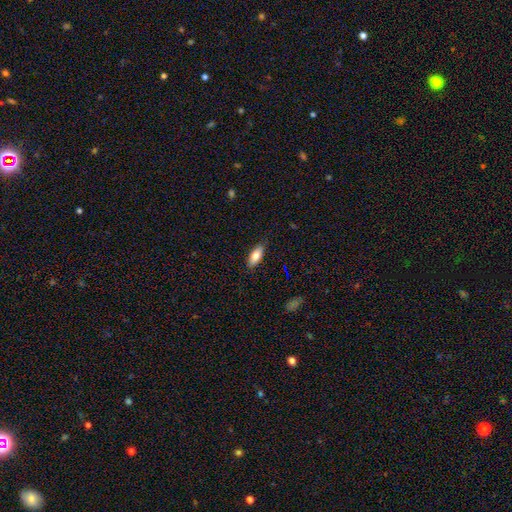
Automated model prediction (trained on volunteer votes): Smooth or featured? smooth (81%)
How rounded? in between (77%)
Merging? none (84%)